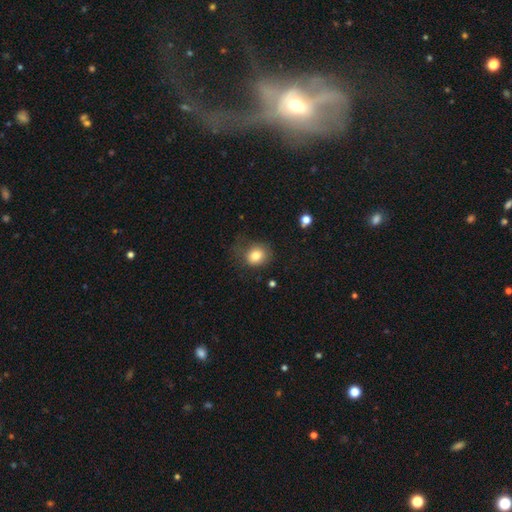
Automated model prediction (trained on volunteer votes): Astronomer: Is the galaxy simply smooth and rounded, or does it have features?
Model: smooth — 80%.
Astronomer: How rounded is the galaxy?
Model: round — 71%.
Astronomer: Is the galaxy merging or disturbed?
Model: none — 61%.